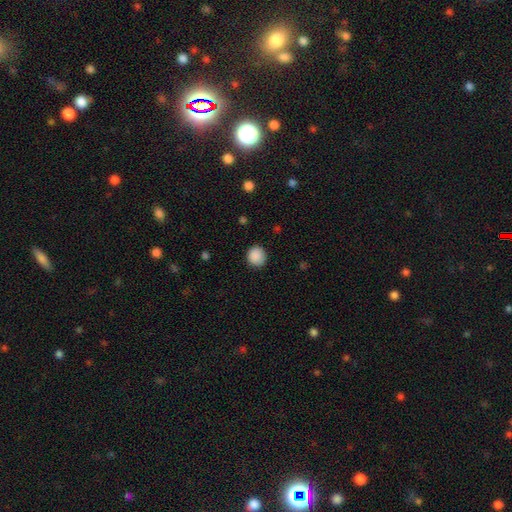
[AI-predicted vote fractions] Smooth or featured? smooth (89%)
How rounded? round (86%)
Merging? none (87%)